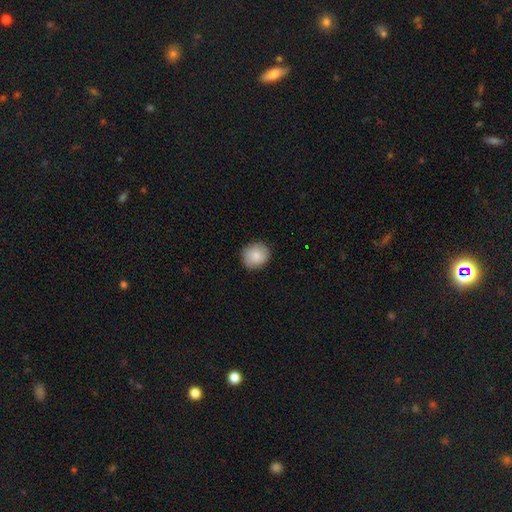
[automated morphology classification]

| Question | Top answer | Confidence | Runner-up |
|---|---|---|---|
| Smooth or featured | smooth | 84% | featured or disk (9%) |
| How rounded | round | 82% | in between (17%) |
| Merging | none | 88% | minor disturbance (9%) |